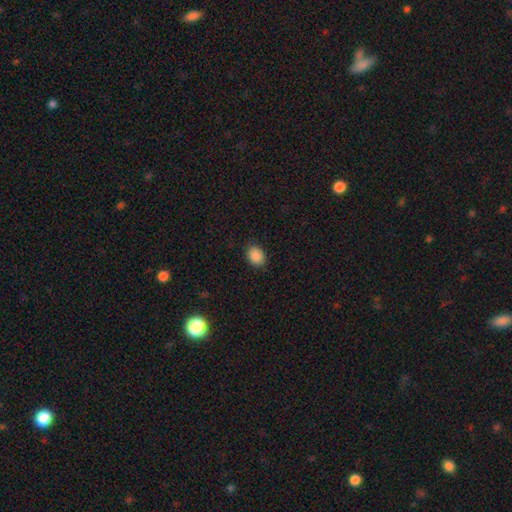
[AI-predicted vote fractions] Morphology: type=smooth (88%); roundness=in between (65%); merging=none (87%).